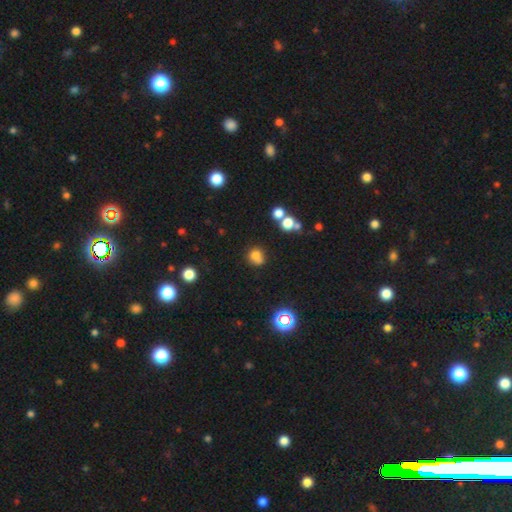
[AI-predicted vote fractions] Smooth or featured: smooth — 72% (star or artifact — 18%)
How rounded: round — 78% (in between — 21%)
Merging: none — 56% (merger — 22%)